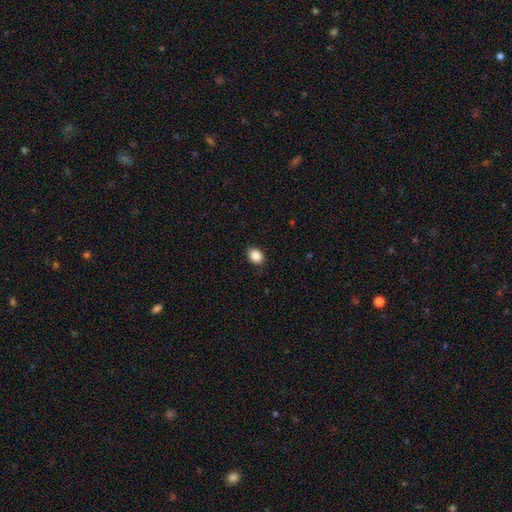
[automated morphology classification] A smooth galaxy with no disk features (87%) that is in between round and cigar-shaped (60%). Merging: none (87%).